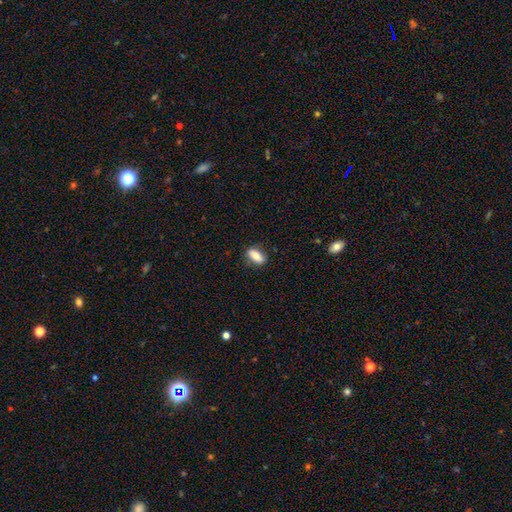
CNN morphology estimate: smooth_or_featured: smooth (p=0.77) [alt: featured or disk p=0.16]
how_rounded: in between (p=0.84) [alt: cigar-shaped p=0.10]
merging: none (p=0.81) [alt: minor disturbance p=0.14]